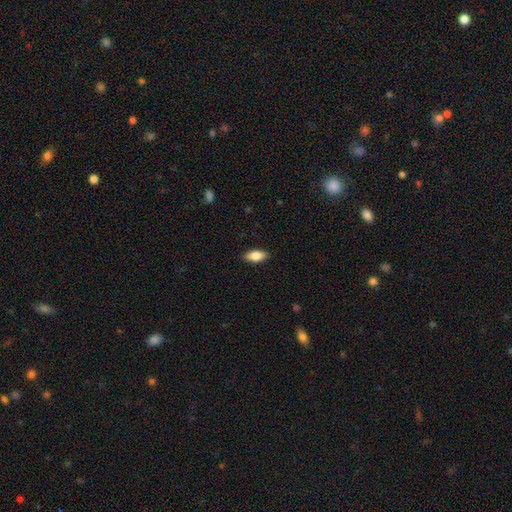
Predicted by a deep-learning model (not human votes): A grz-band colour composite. It shows a smooth galaxy with no disk features (81%) that is in between round and cigar-shaped (88%). Merging: none (89%).